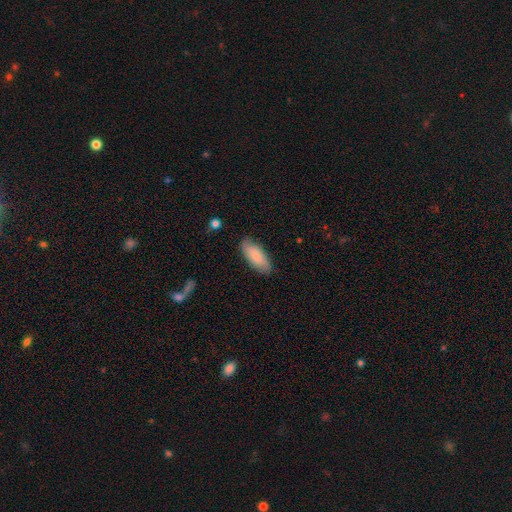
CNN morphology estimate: Q: Smooth or featured?
A: smooth (81%); runner-up: featured or disk (13%)
Q: How rounded?
A: in between (82%); runner-up: cigar-shaped (16%)
Q: Merging?
A: none (83%); runner-up: minor disturbance (13%)